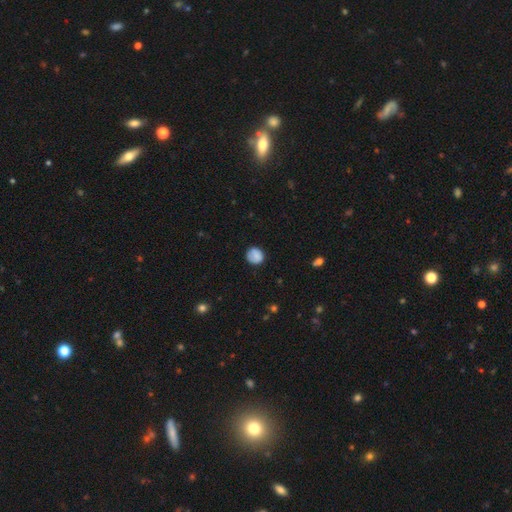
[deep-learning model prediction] Q: Smooth or featured?
A: smooth (82%); runner-up: featured or disk (9%)
Q: How rounded?
A: round (82%); runner-up: in between (17%)
Q: Merging?
A: none (78%); runner-up: minor disturbance (16%)